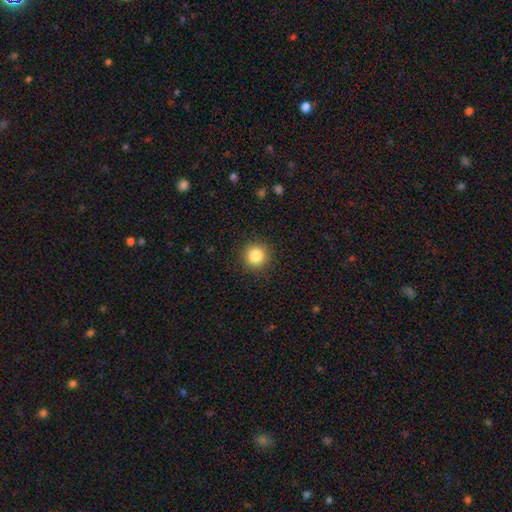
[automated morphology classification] A smooth galaxy with no disk features (85%) that is round (94%). Merging: none (91%).